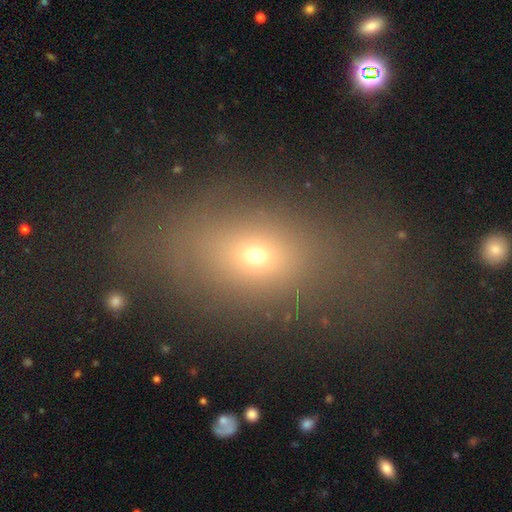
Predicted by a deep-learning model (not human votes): A smooth galaxy with no disk features (62%) that is in between round and cigar-shaped (65%).

Vote fractions:
- Smooth or featured? smooth: 62% / star or artifact: 21% / featured or disk: 17%
- How rounded? in between: 65% / round: 30% / cigar-shaped: 4%
- Merging? none: 65% / minor disturbance: 15% / major disturbance: 15% / merger: 4%